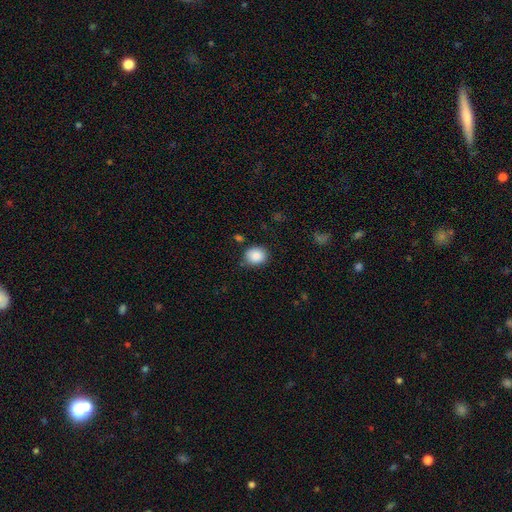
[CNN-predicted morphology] Smooth or featured: smooth — 87% (star or artifact — 9%)
How rounded: round — 68% (in between — 31%)
Merging: none — 84% (minor disturbance — 11%)